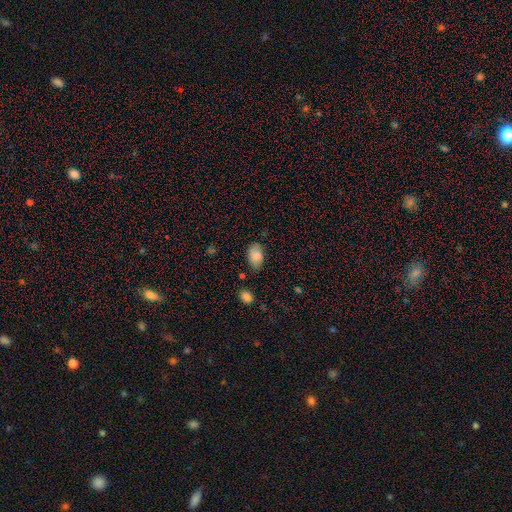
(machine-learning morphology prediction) smooth-or-featured: smooth: 83% | featured or disk: 9% | star or artifact: 8%
  how-rounded: in between: 91% | round: 8% | cigar-shaped: 1%
  merging: none: 75% | minor disturbance: 18% | major disturbance: 4% | merger: 3%